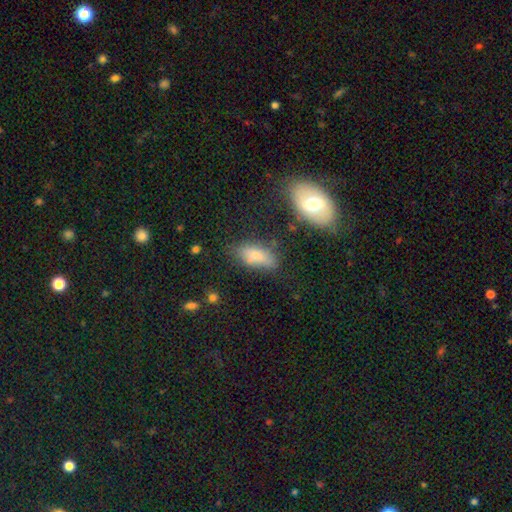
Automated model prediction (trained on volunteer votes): This is likely a smooth galaxy (72%). How rounded: clearly in between (82%). Merging: possibly none (59%).